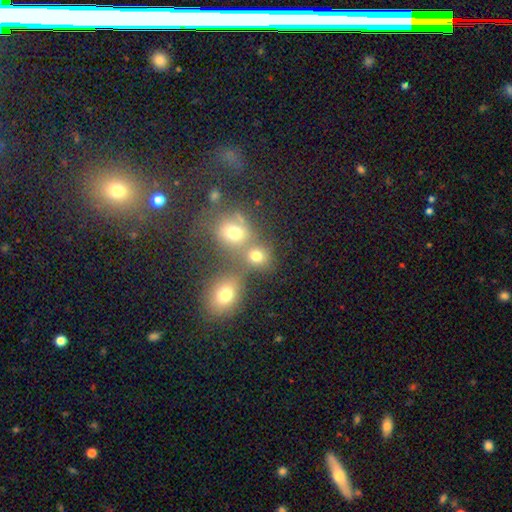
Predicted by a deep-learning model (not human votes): smooth 73%, star or artifact 18%, featured or disk 9%. Down the decision tree: how rounded — round (74%); merging — none (49%).